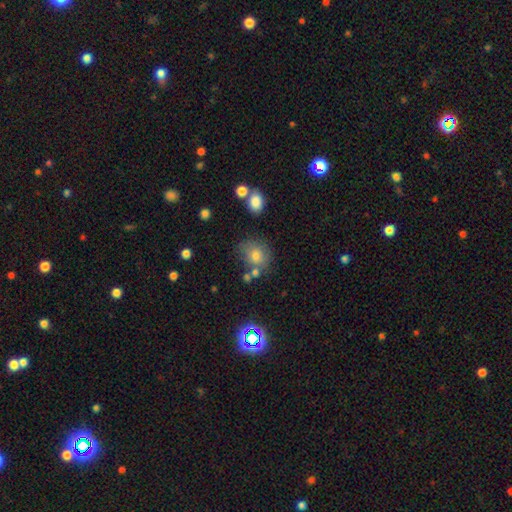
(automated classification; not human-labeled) This appears to be a smooth galaxy with no disk features (72%) that is round (67%). Merging: none (64%).